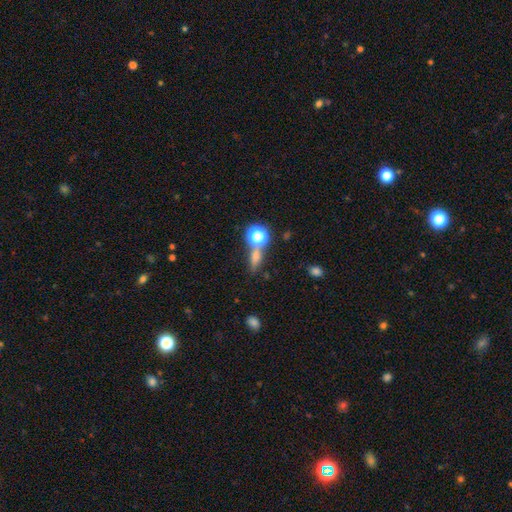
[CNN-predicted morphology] Smooth or featured? Predicted: smooth (p=0.61). How rounded? Predicted: in between (p=0.36). Merging? Predicted: none (p=0.62).